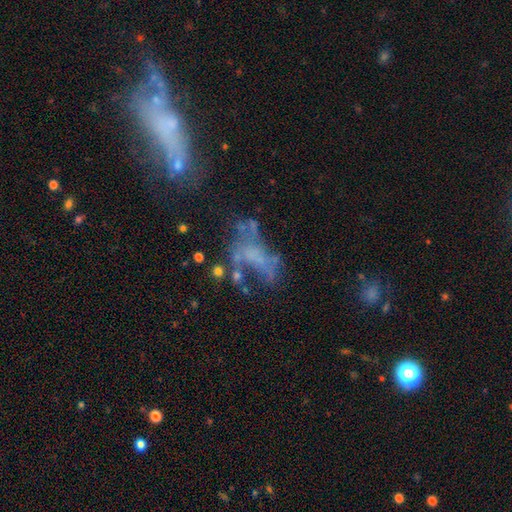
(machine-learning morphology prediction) Q: Smooth or featured?
A: featured or disk (54%); runner-up: smooth (25%)
Q: Edge-on disk?
A: no (94%); runner-up: yes (6%)
Q: Bar?
A: no (83%); runner-up: weak (12%)
Q: Spiral arms?
A: no (81%); runner-up: yes (19%)
Q: Bulge size?
A: none (72%); runner-up: small (14%)
Q: Merging?
A: none (33%); runner-up: major disturbance (32%)